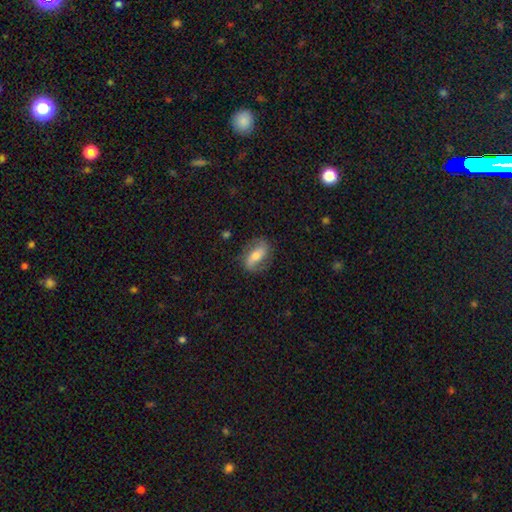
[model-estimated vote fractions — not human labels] Morphology: type=featured or disk (64%); edge-on=no (90%); bar=strong (46%); spiral arms=yes (84%); bulge=moderate (58%); merging=none (76%).